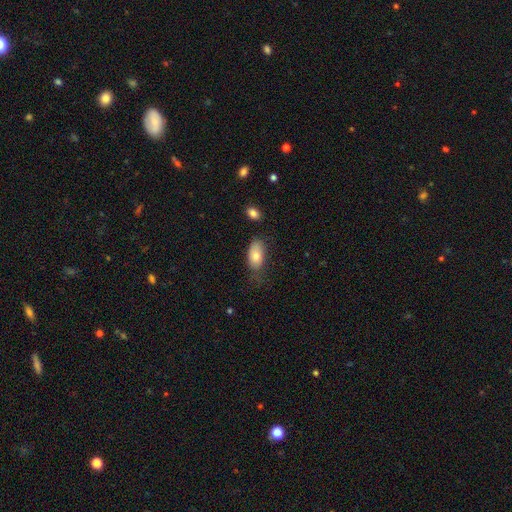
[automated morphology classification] Smooth or featured? smooth (78%)
How rounded? in between (92%)
Merging? none (55%)